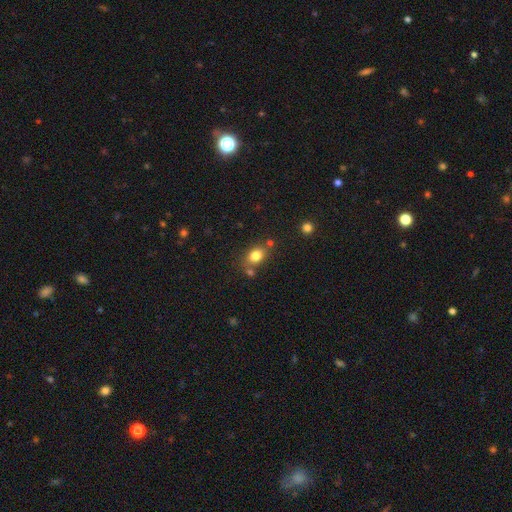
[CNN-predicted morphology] smooth_or_featured: smooth (p=0.81) [alt: star or artifact p=0.11]
how_rounded: in between (p=0.60) [alt: round p=0.39]
merging: none (p=0.68) [alt: merger p=0.14]